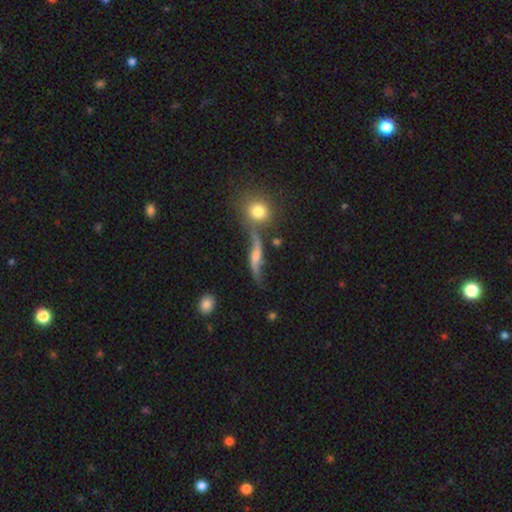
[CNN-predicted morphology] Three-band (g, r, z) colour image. It shows a featured or disk galaxy (72%). Merging: none (55%).